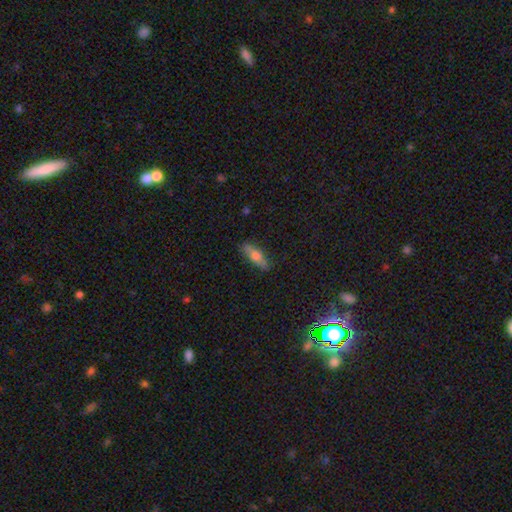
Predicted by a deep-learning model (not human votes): Smooth or featured? smooth (64%)
How rounded? in between (55%)
Merging? none (82%)